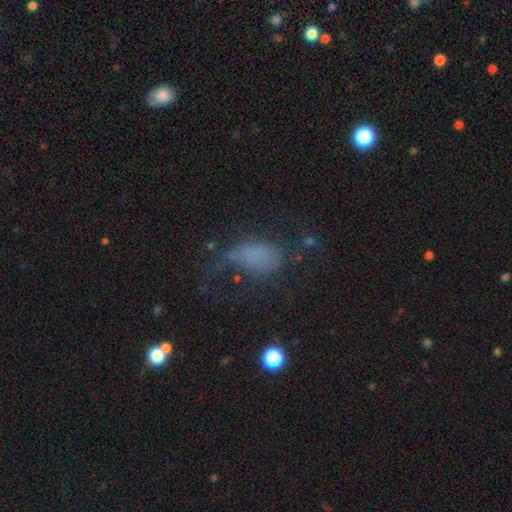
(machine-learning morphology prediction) This is possibly a smooth galaxy (57%). How rounded: clearly in between (86%). Merging: marginally major disturbance (42%).